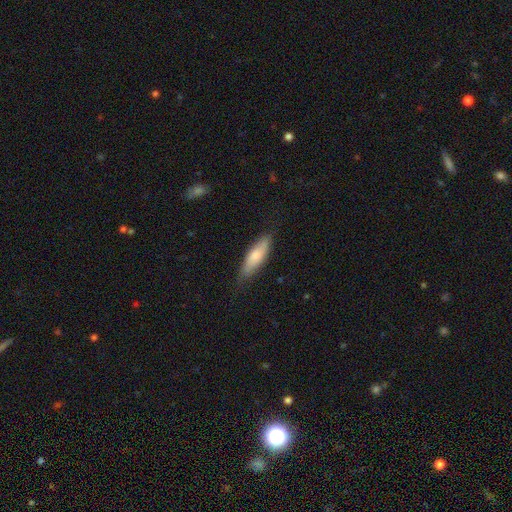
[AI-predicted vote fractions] Smooth or featured?
  - smooth: 74% *
  - featured or disk: 21%
  - star or artifact: 5%
How rounded?
  - cigar-shaped: 50% *
  - in between: 48%
  - round: 2%
Merging?
  - none: 78% *
  - minor disturbance: 18%
  - major disturbance: 3%
  - merger: 1%